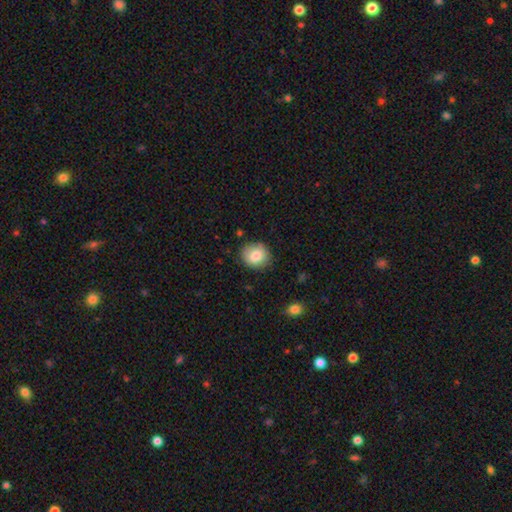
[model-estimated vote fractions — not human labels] This is clearly a smooth galaxy (84%). How rounded: likely round (78%). Merging: clearly none (84%).